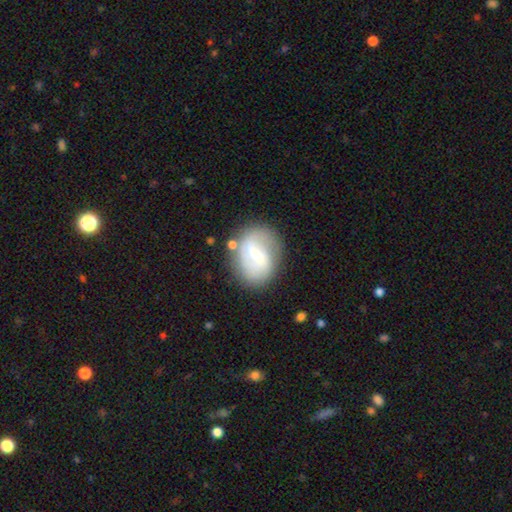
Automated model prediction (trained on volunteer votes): Smooth or featured: featured or disk — 58% (smooth — 34%)
Edge-on disk: no — 96% (yes — 4%)
Bar: weak — 52% (strong — 29%)
Spiral arms: yes — 72% (no — 28%)
Bulge size: small — 57% (moderate — 34%)
Merging: none — 70% (minor disturbance — 18%)